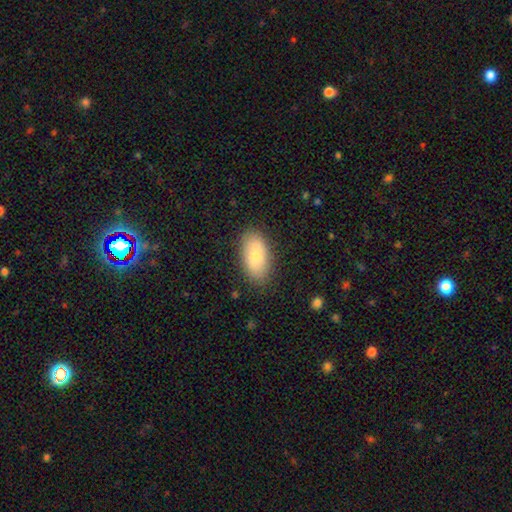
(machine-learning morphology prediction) Smooth or featured? Predicted: smooth (p=0.78). How rounded? Predicted: in between (p=0.94). Merging? Predicted: none (p=0.84).